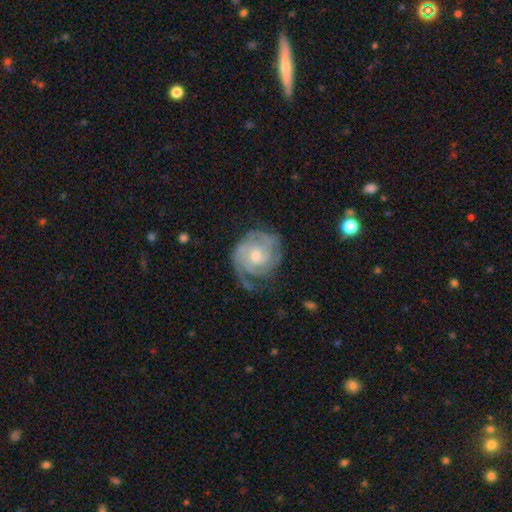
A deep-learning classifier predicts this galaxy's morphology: Smooth or featured? Predicted: featured or disk (p=0.87). Edge-on disk? Predicted: no (p=0.98). Bar? Predicted: no (p=0.67). Spiral arms? Predicted: yes (p=0.97). Spiral winding? Predicted: tight (p=0.69). Spiral arm count? Predicted: 2 (p=0.33). Bulge size? Predicted: moderate (p=0.52). Merging? Predicted: none (p=0.68).